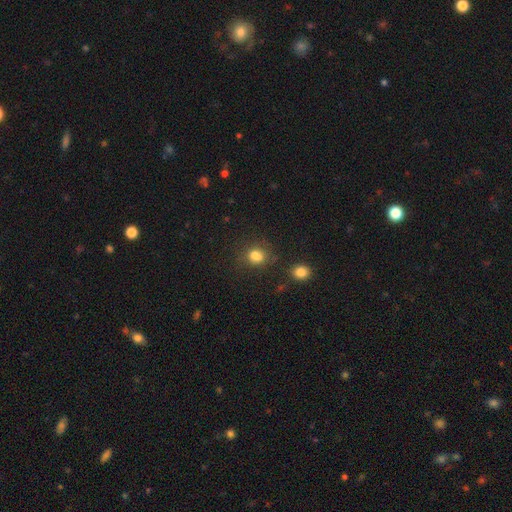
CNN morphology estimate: Q: Smooth or featured?
A: smooth (81%); runner-up: star or artifact (13%)
Q: How rounded?
A: round (57%); runner-up: in between (42%)
Q: Merging?
A: none (70%); runner-up: minor disturbance (16%)